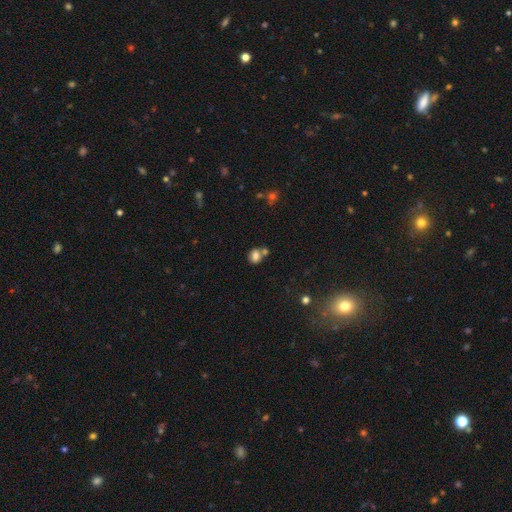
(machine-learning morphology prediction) smooth-or-featured: smooth: 80% | star or artifact: 11% | featured or disk: 9%
  how-rounded: round: 55% | in between: 44% | cigar-shaped: 1%
  merging: none: 50% | merger: 33% | minor disturbance: 12% | major disturbance: 4%